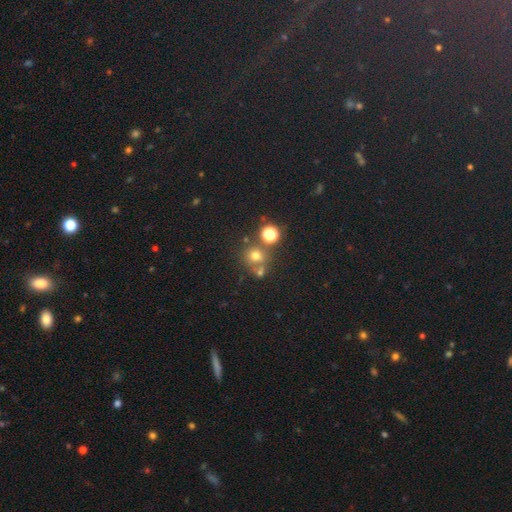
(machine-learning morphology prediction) smooth 63%, star or artifact 24%, featured or disk 13%. Down the decision tree: how rounded — round (86%); merging — none (58%).